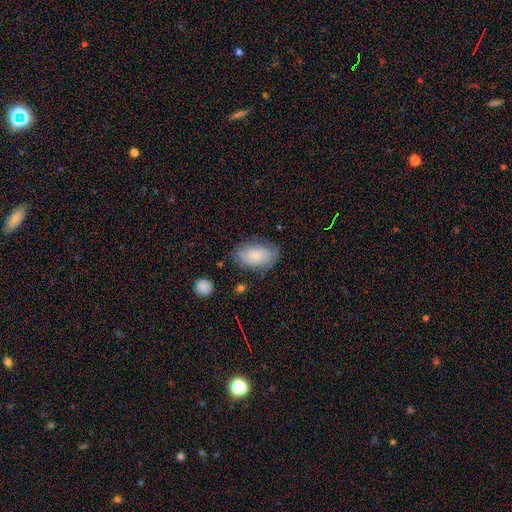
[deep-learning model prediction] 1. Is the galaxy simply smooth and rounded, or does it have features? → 67% smooth, 26% featured or disk, 8% star or artifact.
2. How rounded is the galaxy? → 92% in between, 6% round, 2% cigar-shaped.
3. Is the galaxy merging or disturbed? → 72% none, 20% minor disturbance, 6% major disturbance, 2% merger.